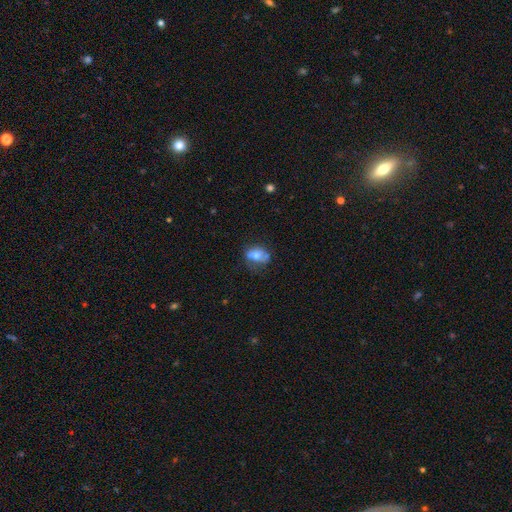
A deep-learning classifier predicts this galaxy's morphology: Q: Smooth or featured?
A: smooth (57%); runner-up: featured or disk (34%)
Q: How rounded?
A: in between (66%); runner-up: round (31%)
Q: Merging?
A: none (55%); runner-up: minor disturbance (28%)